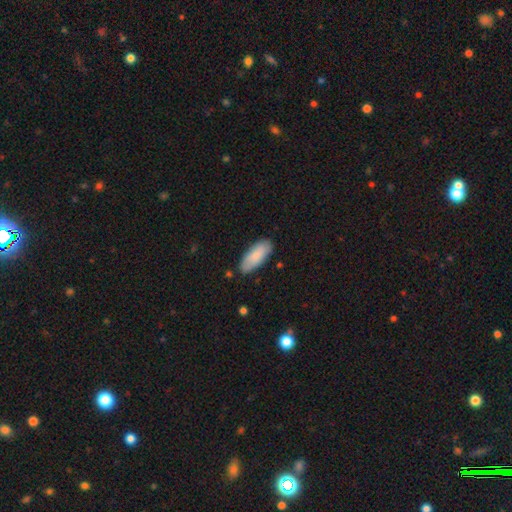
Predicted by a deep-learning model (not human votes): This appears to be a smooth galaxy with no disk features (84%) that is in between round and cigar-shaped (82%). Merging: none (83%).